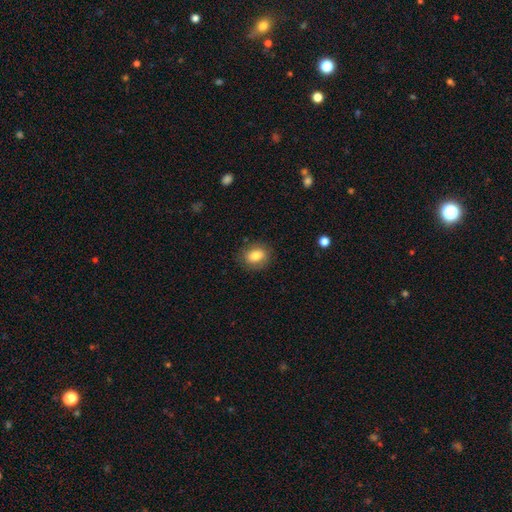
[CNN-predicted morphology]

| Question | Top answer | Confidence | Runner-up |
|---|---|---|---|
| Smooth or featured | smooth | 80% | featured or disk (12%) |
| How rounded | in between | 56% | round (43%) |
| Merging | none | 84% | minor disturbance (12%) |